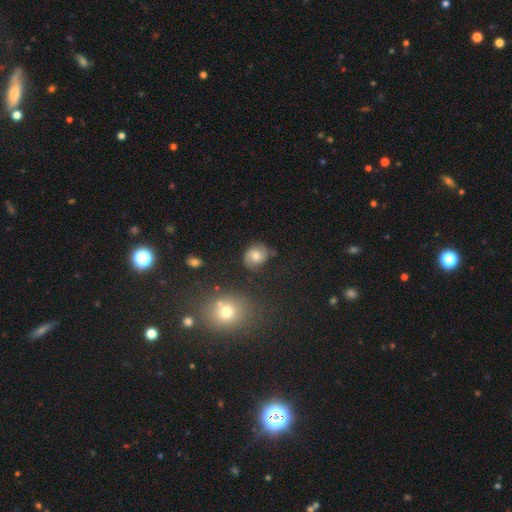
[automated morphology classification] Smooth or featured? Predicted: smooth (p=0.54). How rounded? Predicted: round (p=0.73). Merging? Predicted: none (p=0.73).